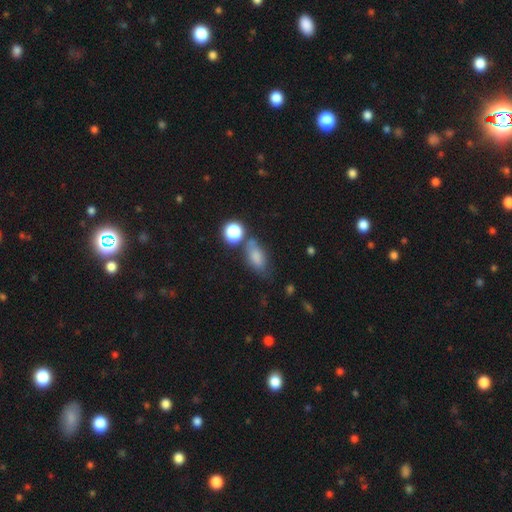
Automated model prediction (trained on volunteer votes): Q: Smooth or featured?
A: smooth (77%); runner-up: star or artifact (12%)
Q: How rounded?
A: in between (80%); runner-up: round (11%)
Q: Merging?
A: none (53%); runner-up: minor disturbance (25%)